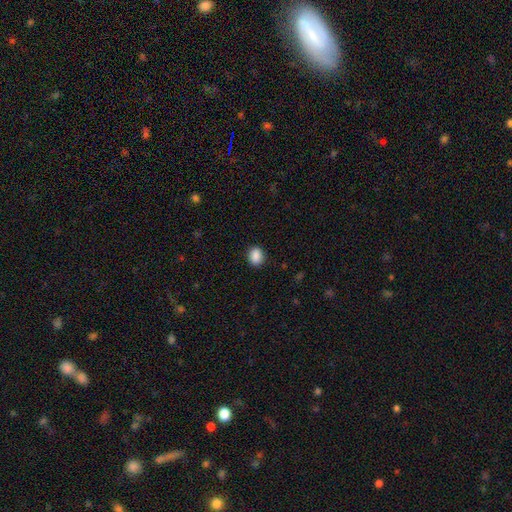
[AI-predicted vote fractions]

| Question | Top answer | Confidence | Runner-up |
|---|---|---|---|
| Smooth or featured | smooth | 89% | star or artifact (8%) |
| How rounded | in between | 50% | round (49%) |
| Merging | none | 89% | minor disturbance (8%) |